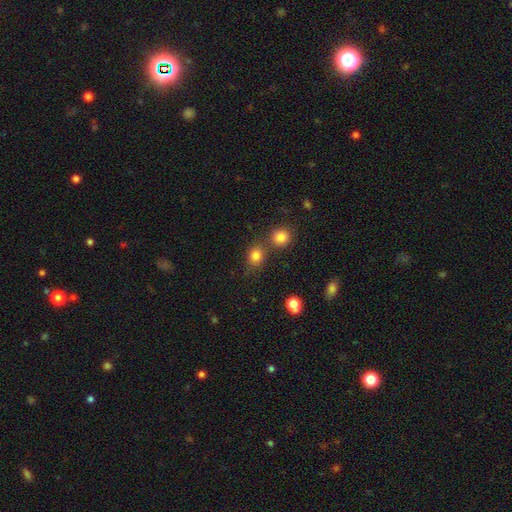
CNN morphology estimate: smooth_or_featured: smooth (p=0.81) [alt: star or artifact p=0.13]
how_rounded: round (p=0.69) [alt: in between p=0.30]
merging: none (p=0.63) [alt: merger p=0.23]